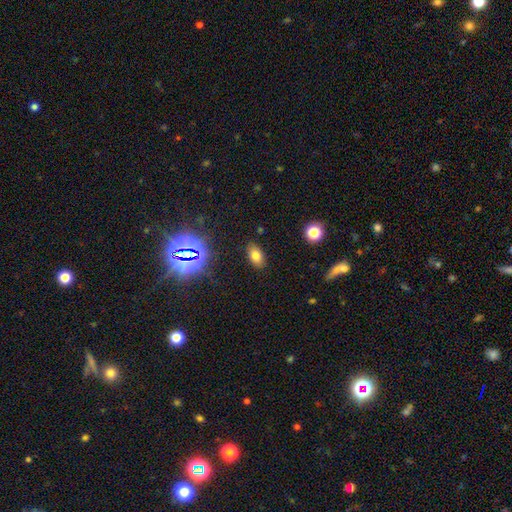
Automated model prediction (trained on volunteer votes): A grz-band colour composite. It shows a smooth galaxy with no disk features (73%) that is in between round and cigar-shaped (88%). Merging: none (86%).